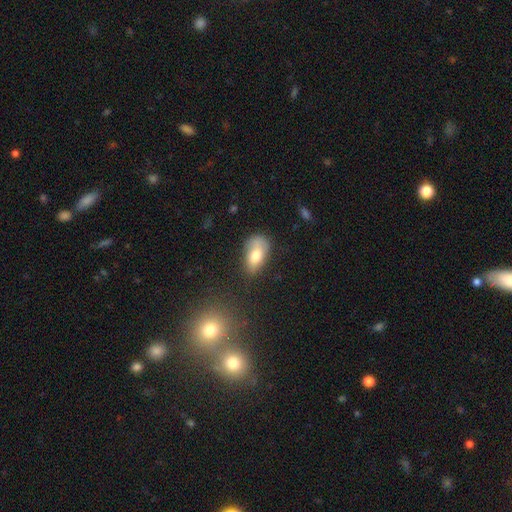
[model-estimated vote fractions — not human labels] Smooth or featured? smooth (73%)
How rounded? in between (90%)
Merging? none (47%)